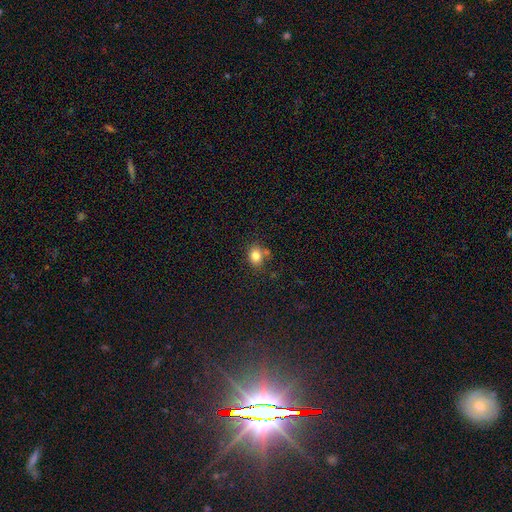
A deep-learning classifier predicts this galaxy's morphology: A smooth galaxy with no disk features (82%) that is round (55%).

Vote fractions:
- Smooth or featured? smooth: 82% / star or artifact: 11% / featured or disk: 7%
- How rounded? round: 55% / in between: 44% / cigar-shaped: 1%
- Merging? none: 70% / minor disturbance: 14% / merger: 12% / major disturbance: 4%